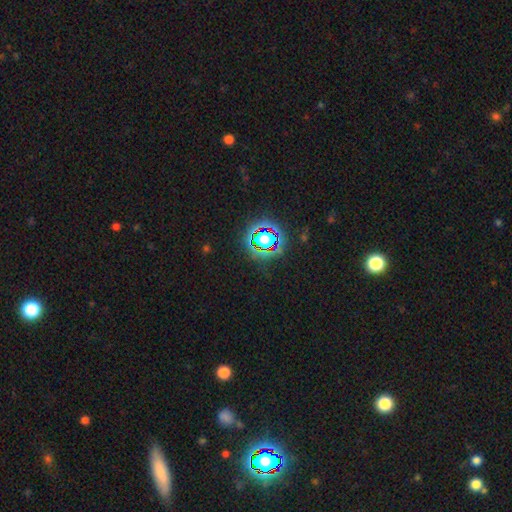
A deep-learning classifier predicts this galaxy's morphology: Smooth or featured? star or artifact (79%)